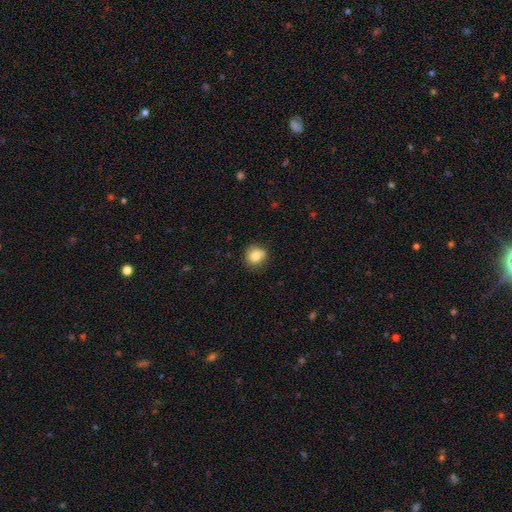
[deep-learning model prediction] smooth 82%, star or artifact 9%, featured or disk 8%. Down the decision tree: how rounded — round (82%); merging — none (78%).